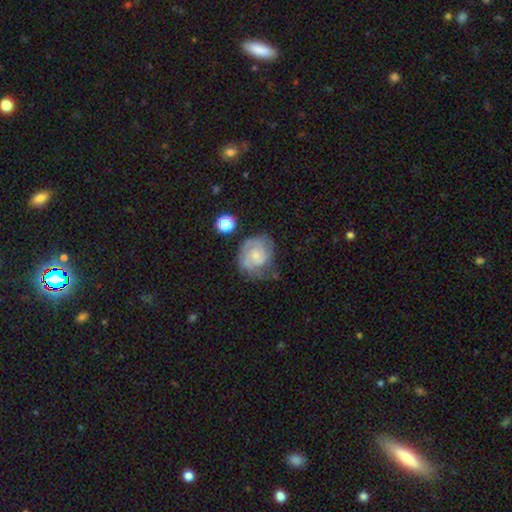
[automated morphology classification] Overall: featured or disk (71%). Edge-on disk: no (98%). Bar: no (70%). Spiral arms: yes (90%). Spiral arm count: 2 (36%; can't tell 32%). Spiral winding: tight (55%; medium 35%). Bulge size: small (65%). Merging: none (51%; minor disturbance 27%).